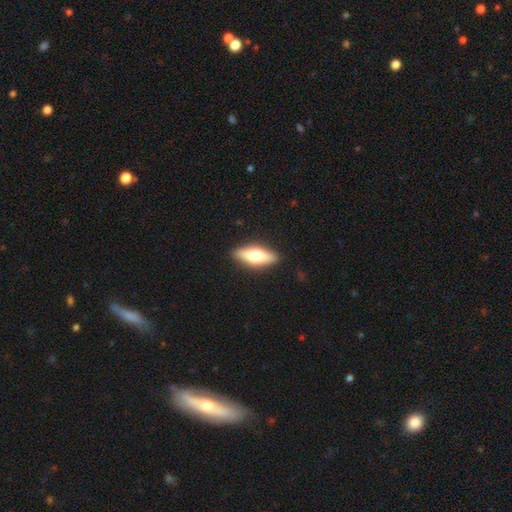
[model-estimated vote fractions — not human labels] This appears to be a smooth galaxy with no disk features (59%) that is in between round and cigar-shaped (62%). Merging: none (89%).